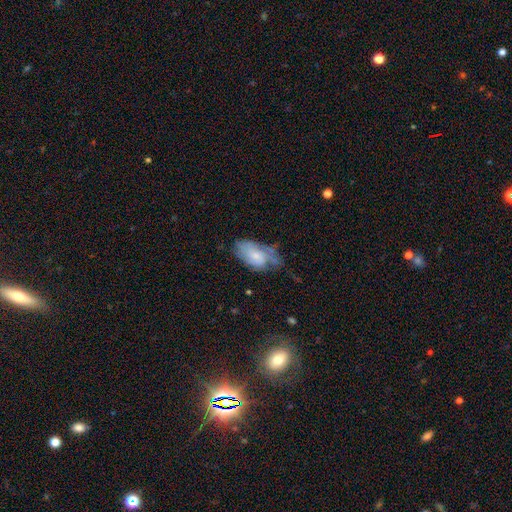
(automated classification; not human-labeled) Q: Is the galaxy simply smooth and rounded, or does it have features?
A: smooth — 47%.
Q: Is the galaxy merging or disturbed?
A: none — 38%.